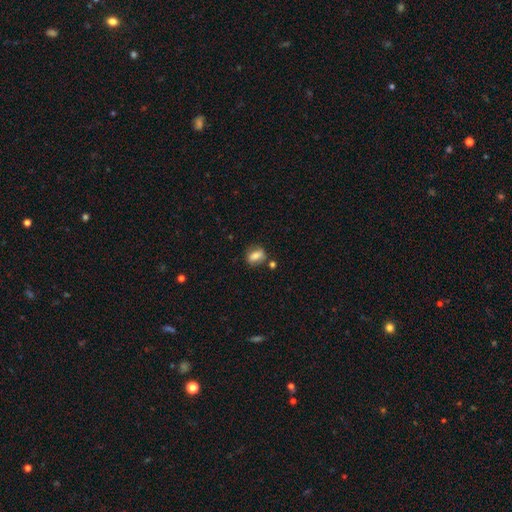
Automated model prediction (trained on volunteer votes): Smooth or featured: smooth — 72% (featured or disk — 19%)
How rounded: in between — 67% (round — 28%)
Merging: none — 72% (minor disturbance — 15%)